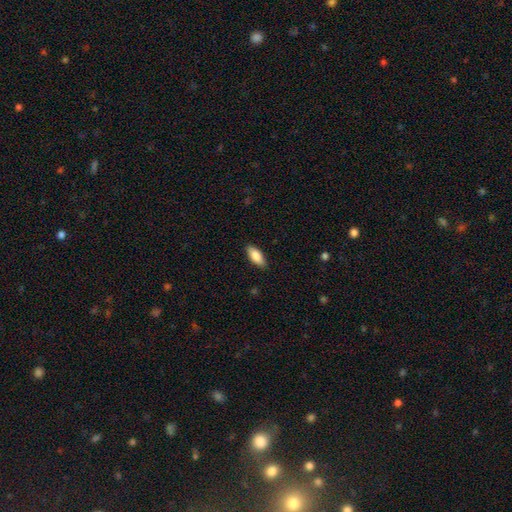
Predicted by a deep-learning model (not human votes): The model was most divided on "how rounded": in between: 83%, cigar-shaped: 15%, round: 2%. More confident: merging — none (88%); smooth or featured — smooth (85%).